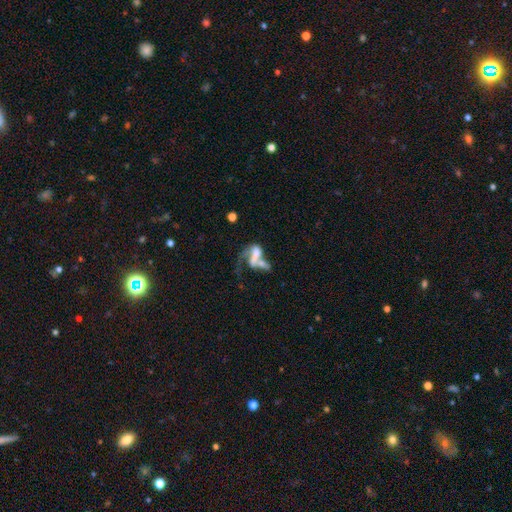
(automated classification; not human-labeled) The model was most divided on "smooth or featured": featured or disk: 51%, smooth: 38%, star or artifact: 11%. More confident: edge-on disk — no (93%); merging — merger (57%).